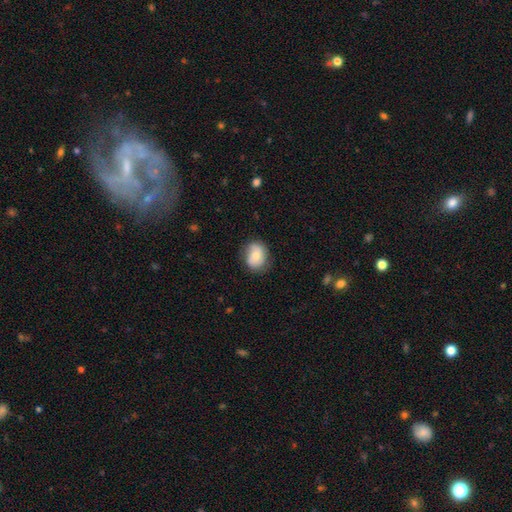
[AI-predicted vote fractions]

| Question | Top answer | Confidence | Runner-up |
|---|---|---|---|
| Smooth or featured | smooth | 67% | featured or disk (25%) |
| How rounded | round | 51% | in between (48%) |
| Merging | none | 73% | minor disturbance (20%) |